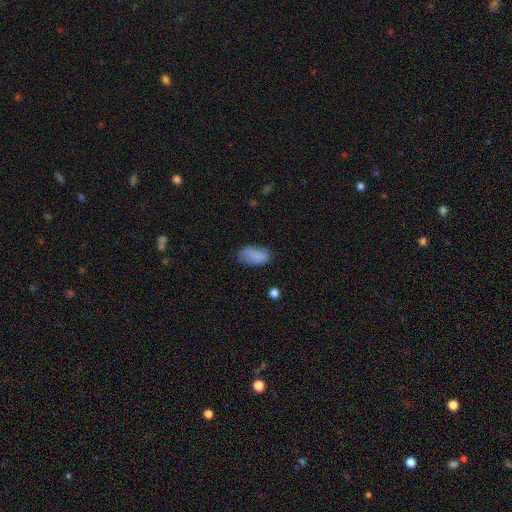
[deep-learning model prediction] Smooth or featured?
  - smooth: 85% *
  - star or artifact: 8%
  - featured or disk: 7%
How rounded?
  - in between: 93% *
  - round: 4%
  - cigar-shaped: 3%
Merging?
  - none: 66% *
  - minor disturbance: 26%
  - major disturbance: 7%
  - merger: 2%